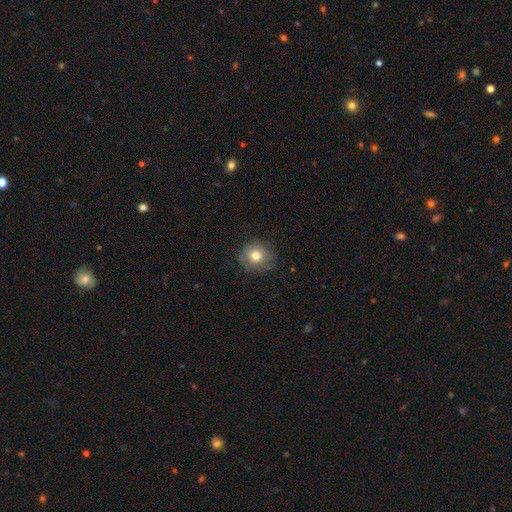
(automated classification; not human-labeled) Smooth or featured: smooth — 76% (featured or disk — 15%)
How rounded: round — 88% (in between — 11%)
Merging: none — 80% (minor disturbance — 14%)